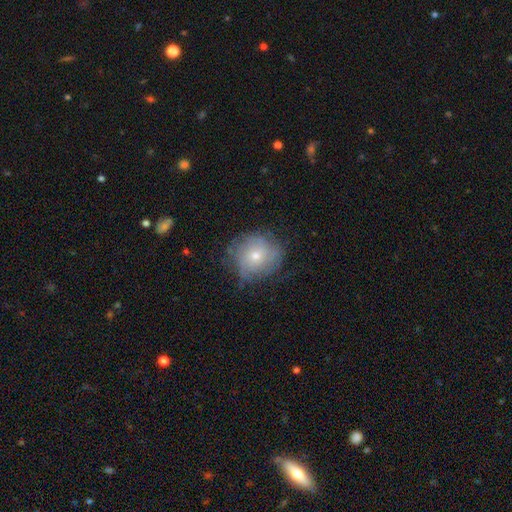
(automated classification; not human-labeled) A featured or disk galaxy (57%) with no bar (83%), spiral arms (80%) and a small central bulge (57%).

Vote fractions:
- Smooth or featured? featured or disk: 57% / smooth: 33% / star or artifact: 10%
- Edge-on disk? no: 96% / yes: 4%
- Bar? no: 83% / weak: 15% / strong: 3%
- Spiral arms? yes: 80% / no: 20%
- Bulge size? small: 57% / moderate: 39% / large: 2% / none: 1% / dominant: 1%
- Merging? none: 68% / minor disturbance: 22% / major disturbance: 9% / merger: 1%